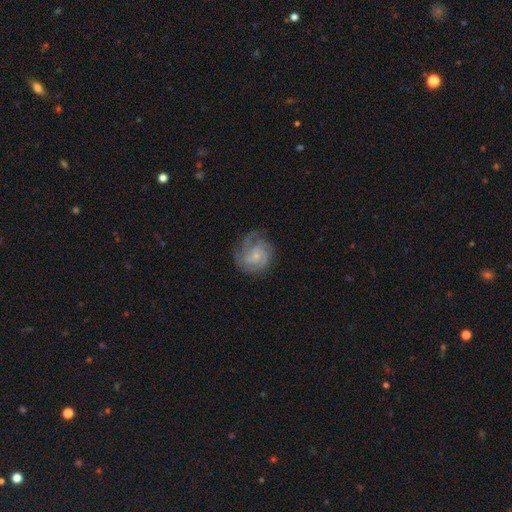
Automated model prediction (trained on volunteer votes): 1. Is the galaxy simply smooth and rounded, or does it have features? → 83% featured or disk, 12% smooth, 6% star or artifact.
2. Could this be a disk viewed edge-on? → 98% no, 2% yes.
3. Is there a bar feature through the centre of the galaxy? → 64% no, 32% weak, 4% strong.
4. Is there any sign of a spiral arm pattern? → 97% yes, 3% no.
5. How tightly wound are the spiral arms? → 55% tight, 37% medium, 8% loose.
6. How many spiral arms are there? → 35% 3, 30% 2, 17% can't tell, 7% 4, 6% 1, 5% more than 4.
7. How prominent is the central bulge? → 69% small, 21% moderate, 8% none, 1% large, 1% dominant.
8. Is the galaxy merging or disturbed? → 69% none, 20% minor disturbance, 10% major disturbance, 1% merger.